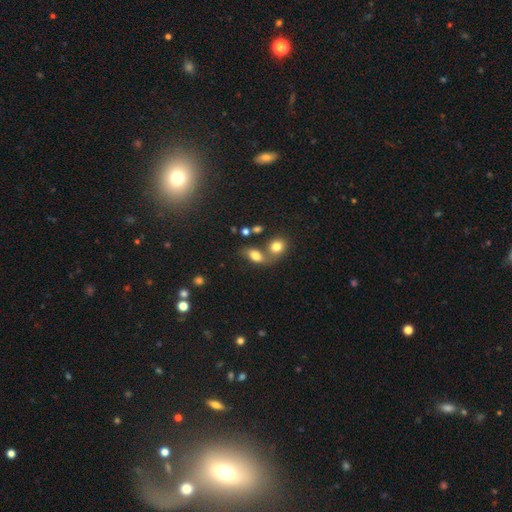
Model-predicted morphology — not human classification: This appears to be a smooth galaxy with no disk features (74%) that is in between round and cigar-shaped (79%). Merging: merger (45%).